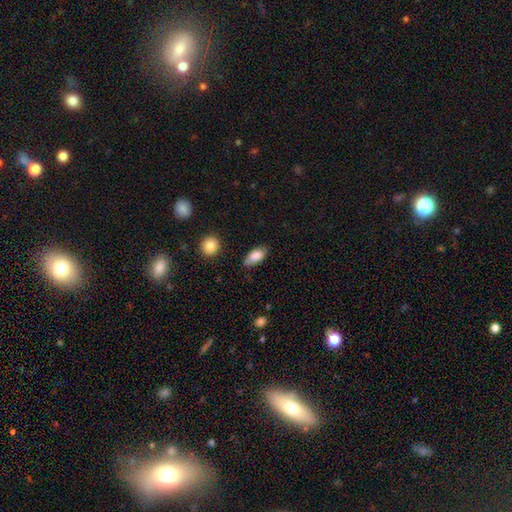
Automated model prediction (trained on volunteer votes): Morphology: type=smooth (84%); roundness=in between (88%); merging=none (75%).